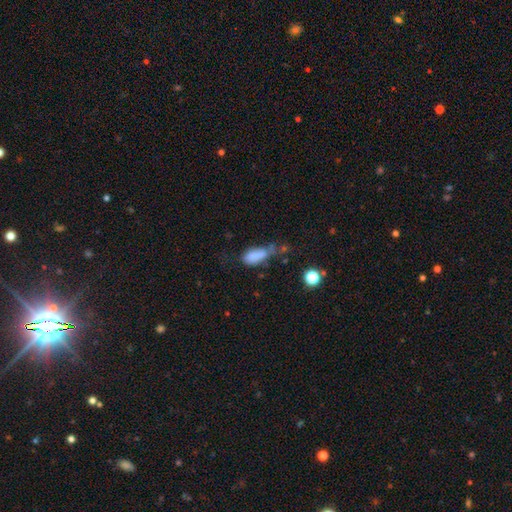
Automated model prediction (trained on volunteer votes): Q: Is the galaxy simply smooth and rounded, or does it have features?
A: smooth — 78%.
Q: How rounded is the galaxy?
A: in between — 82%.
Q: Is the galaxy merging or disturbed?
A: minor disturbance — 33%.